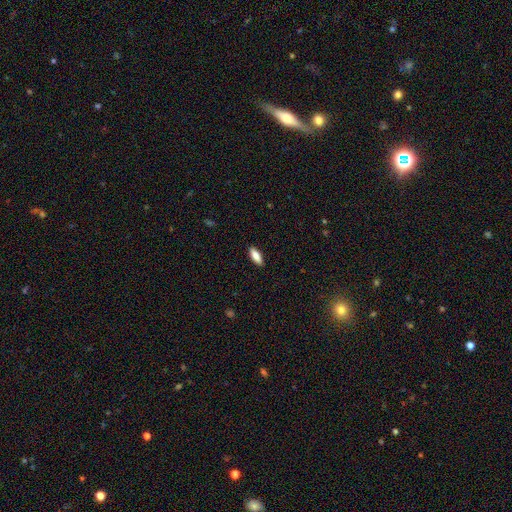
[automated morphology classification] Smooth or featured? Predicted: smooth (p=0.82). How rounded? Predicted: in between (p=0.72). Merging? Predicted: none (p=0.90).